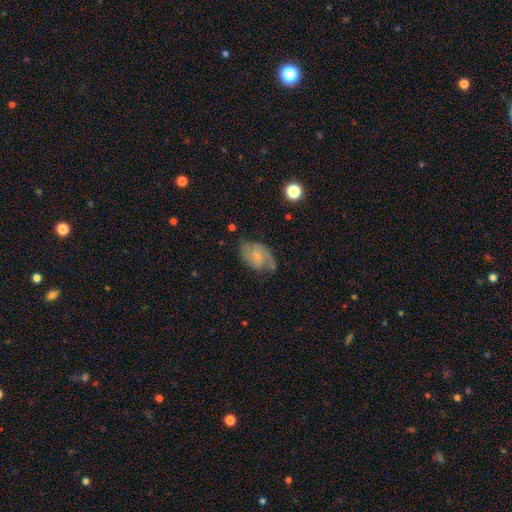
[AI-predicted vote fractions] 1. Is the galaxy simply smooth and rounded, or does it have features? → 75% featured or disk, 18% smooth, 7% star or artifact.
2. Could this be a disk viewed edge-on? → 97% no, 3% yes.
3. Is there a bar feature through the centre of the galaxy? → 58% no, 36% weak, 6% strong.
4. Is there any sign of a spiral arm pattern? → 93% yes, 7% no.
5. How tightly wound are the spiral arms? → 48% medium, 31% tight, 21% loose.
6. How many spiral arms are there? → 73% 2, 12% can't tell, 7% 3, 4% 1, 2% 4, 2% more than 4.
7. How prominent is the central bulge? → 68% small, 16% moderate, 13% none, 1% large, 1% dominant.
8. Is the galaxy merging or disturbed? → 63% none, 24% minor disturbance, 11% major disturbance, 2% merger.